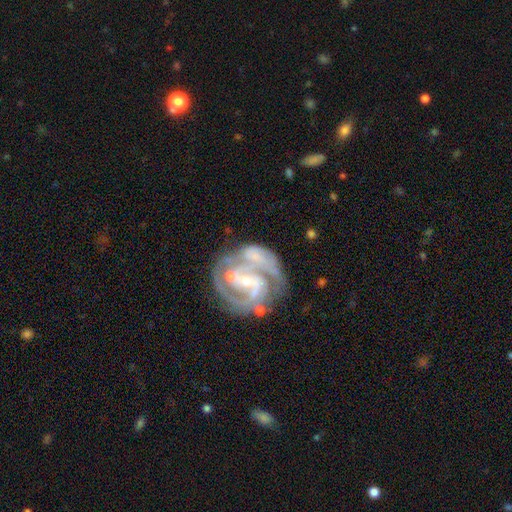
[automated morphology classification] Overall: featured or disk (85%). Edge-on disk: no (98%). Bar: no (40%; weak 37%). Spiral arms: yes (93%). Spiral arm count: 2 (53%; 3 23%). Spiral winding: tight (48%; medium 42%). Bulge size: small (61%; moderate 32%). Merging: none (39%; merger 31%).